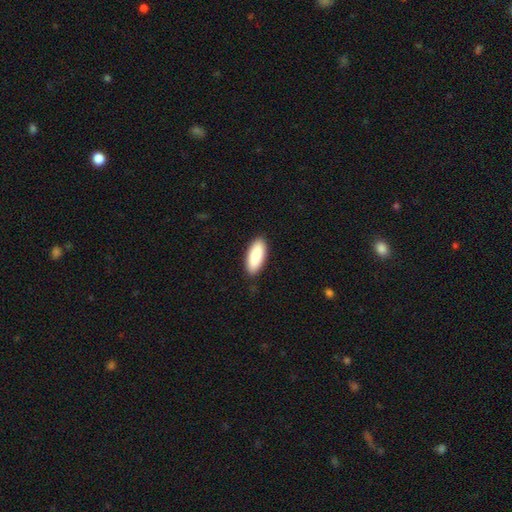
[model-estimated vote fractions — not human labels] This appears to be a smooth galaxy with no disk features (89%) that is in between round and cigar-shaped (78%). Merging: none (88%).